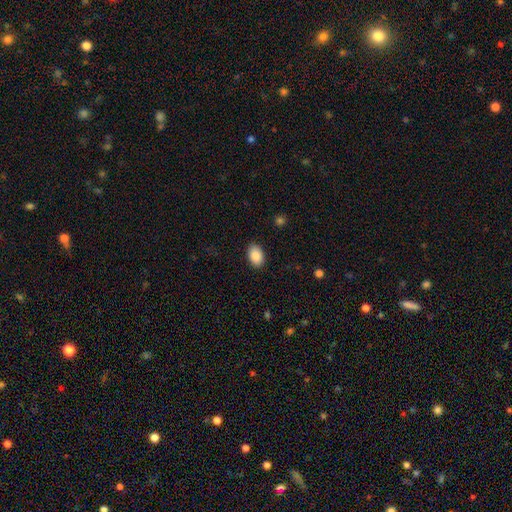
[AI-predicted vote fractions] A smooth galaxy with no disk features (89%) that is in between round and cigar-shaped (89%).

Vote fractions:
- Smooth or featured? smooth: 89% / star or artifact: 7% / featured or disk: 4%
- How rounded? in between: 89% / round: 10% / cigar-shaped: 1%
- Merging? none: 88% / minor disturbance: 9% / major disturbance: 2% / merger: 1%